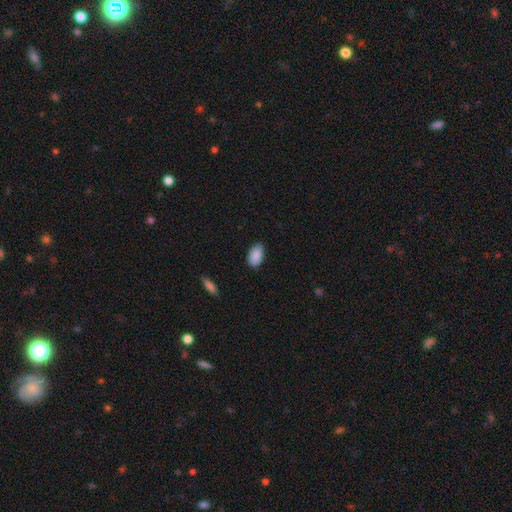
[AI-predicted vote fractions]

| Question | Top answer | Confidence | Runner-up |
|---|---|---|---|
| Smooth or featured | smooth | 89% | star or artifact (7%) |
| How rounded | in between | 94% | round (4%) |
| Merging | none | 83% | minor disturbance (14%) |